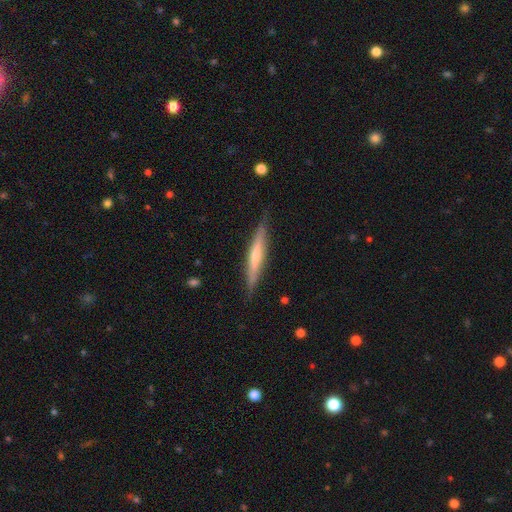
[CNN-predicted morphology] featured or disk 60%, smooth 33%, star or artifact 7%. Down the decision tree: edge-on disk — yes (96%); edge-on bulge — rounded (65%); merging — none (89%).